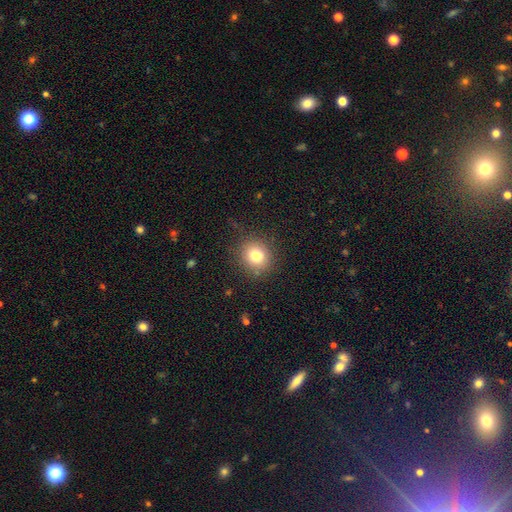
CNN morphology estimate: This appears to be a smooth galaxy with no disk features (79%) that is round (85%). Merging: none (86%).